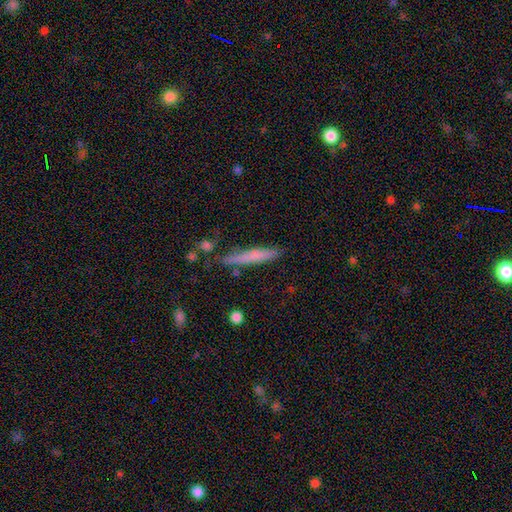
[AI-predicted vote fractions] This is likely a smooth galaxy (72%). How rounded: clearly cigar-shaped (93%). Merging: likely none (77%).